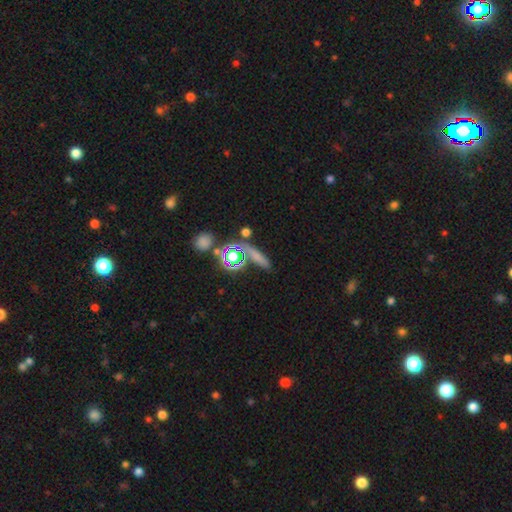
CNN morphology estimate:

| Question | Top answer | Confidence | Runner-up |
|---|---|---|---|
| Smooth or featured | smooth | 57% | star or artifact (27%) |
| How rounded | cigar-shaped | 62% | in between (21%) |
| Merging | none | 70% | minor disturbance (13%) |